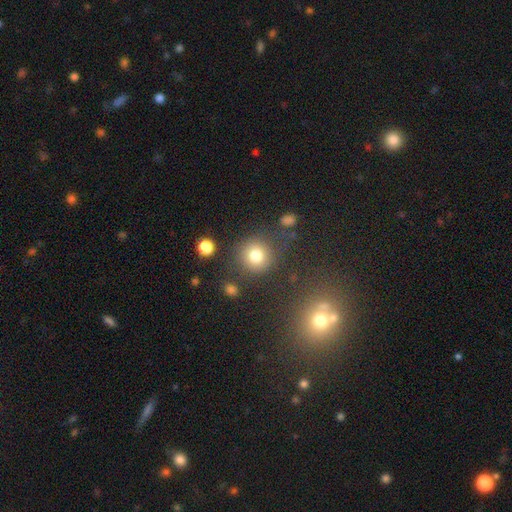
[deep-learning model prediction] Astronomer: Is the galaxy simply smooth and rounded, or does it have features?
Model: smooth — 79%.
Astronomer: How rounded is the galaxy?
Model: round — 91%.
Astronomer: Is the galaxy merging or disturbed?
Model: none — 79%.